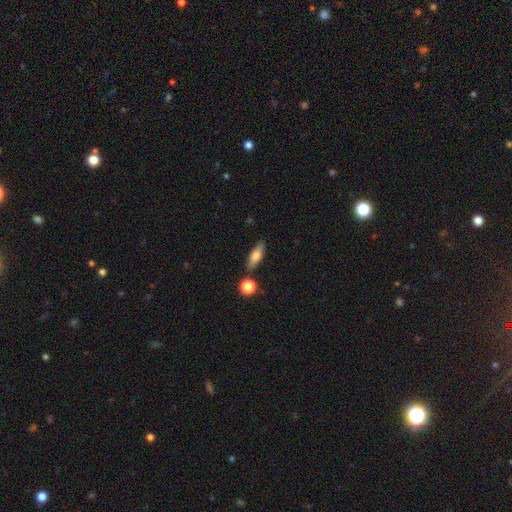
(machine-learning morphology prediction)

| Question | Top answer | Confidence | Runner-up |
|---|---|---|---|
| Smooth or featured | smooth | 68% | featured or disk (24%) |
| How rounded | in between | 57% | cigar-shaped (38%) |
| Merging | none | 80% | minor disturbance (11%) |